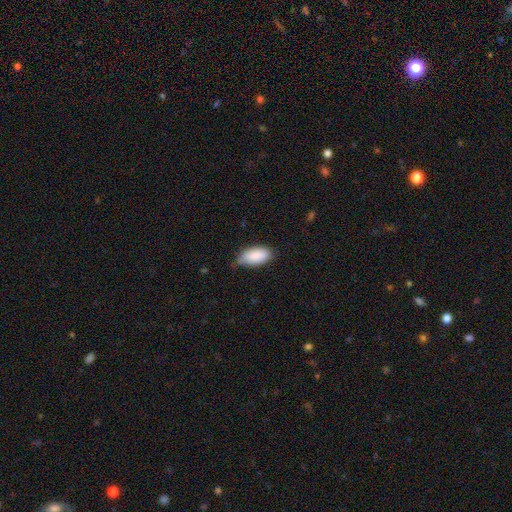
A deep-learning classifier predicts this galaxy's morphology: This appears to be a smooth galaxy with no disk features (89%) that is in between round and cigar-shaped (94%). Merging: none (64%).